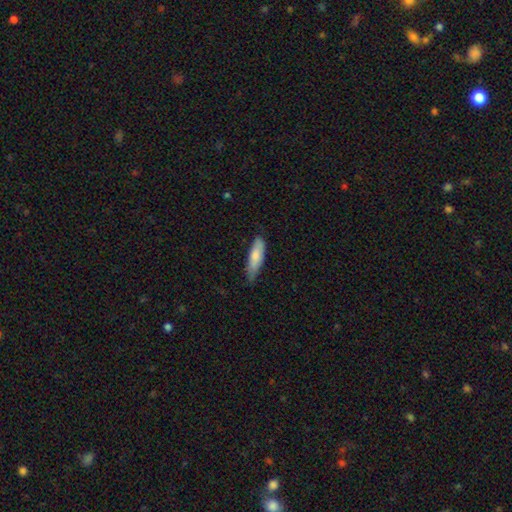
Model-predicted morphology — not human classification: smooth-or-featured: smooth: 78% | featured or disk: 16% | star or artifact: 6%
  how-rounded: cigar-shaped: 56% | in between: 43% | round: 2%
  merging: none: 62% | minor disturbance: 31% | major disturbance: 5% | merger: 1%